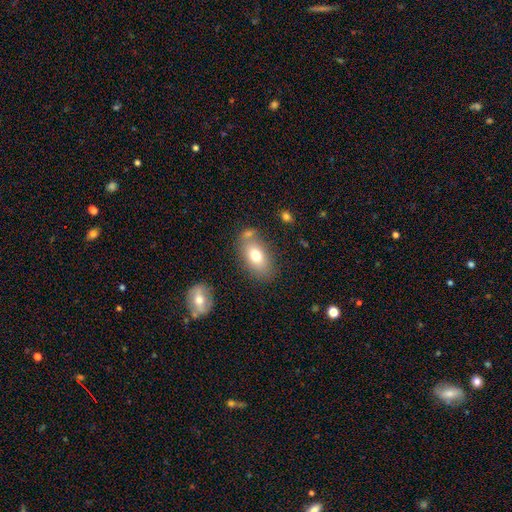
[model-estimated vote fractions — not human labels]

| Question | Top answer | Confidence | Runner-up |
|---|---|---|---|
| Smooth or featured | smooth | 74% | featured or disk (18%) |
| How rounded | in between | 88% | round (9%) |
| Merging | none | 67% | minor disturbance (15%) |